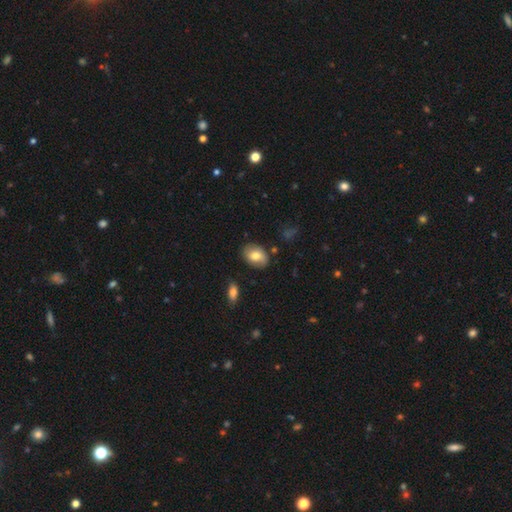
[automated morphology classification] Smooth or featured: smooth — 75% (featured or disk — 18%)
How rounded: in between — 81% (round — 18%)
Merging: none — 82% (minor disturbance — 13%)